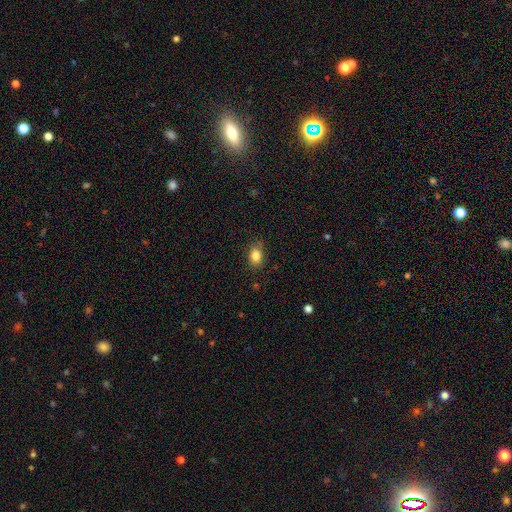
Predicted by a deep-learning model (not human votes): A smooth galaxy with no disk features (84%) that is in between round and cigar-shaped (73%).

Vote fractions:
- Smooth or featured? smooth: 84% / star or artifact: 9% / featured or disk: 7%
- How rounded? in between: 73% / round: 25% / cigar-shaped: 1%
- Merging? none: 80% / minor disturbance: 16% / major disturbance: 3% / merger: 1%